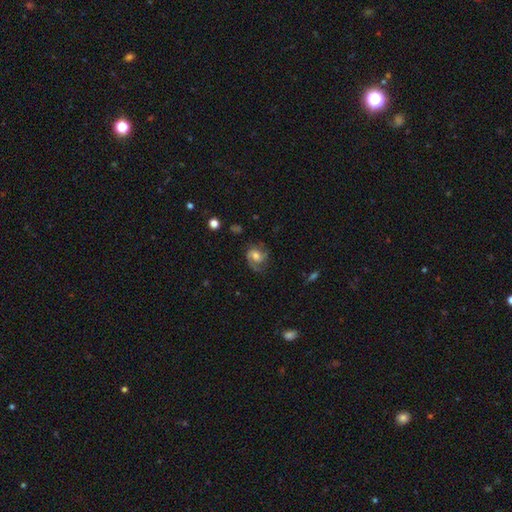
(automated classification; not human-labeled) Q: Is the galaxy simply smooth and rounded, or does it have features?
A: featured or disk — 72%.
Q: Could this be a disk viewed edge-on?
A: no — 97%.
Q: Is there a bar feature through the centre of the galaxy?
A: no — 51%.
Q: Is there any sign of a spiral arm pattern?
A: yes — 92%.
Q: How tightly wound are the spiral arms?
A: medium — 47%.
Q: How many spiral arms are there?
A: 2 — 68%.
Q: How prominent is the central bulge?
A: moderate — 57%.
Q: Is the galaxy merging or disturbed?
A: none — 65%.